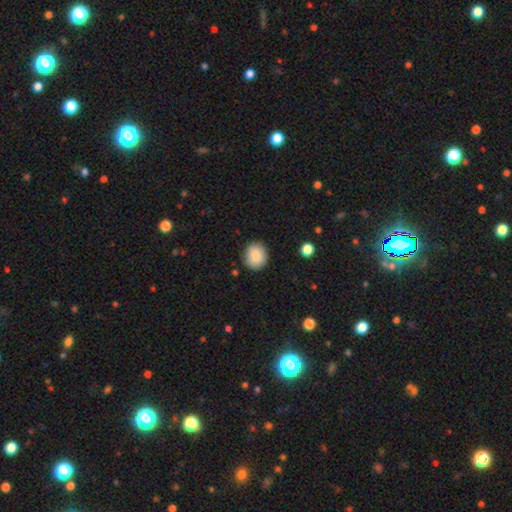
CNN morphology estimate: Overall: smooth (87%). How rounded: round (75%). Merging: none (86%).